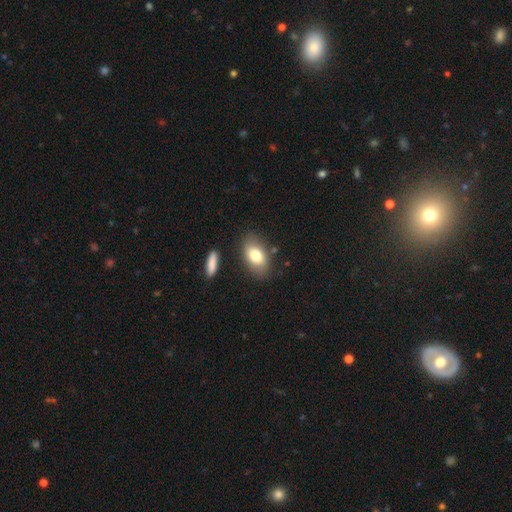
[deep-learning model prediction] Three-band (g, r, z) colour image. It shows a smooth galaxy with no disk features (77%) that is in between round and cigar-shaped (90%). Merging: none (77%).